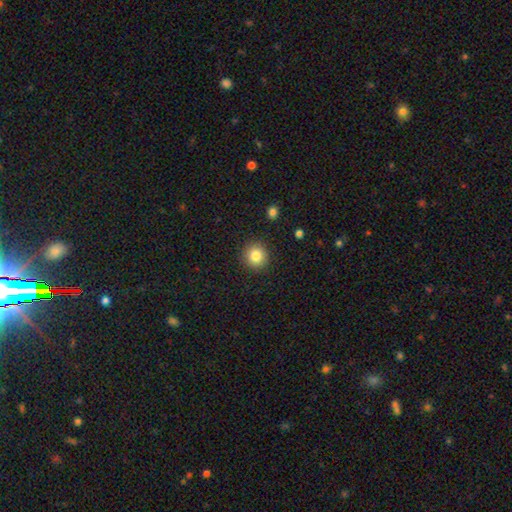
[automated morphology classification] A smooth galaxy with no disk features (83%) that is round (91%).

Vote fractions:
- Smooth or featured? smooth: 83% / star or artifact: 10% / featured or disk: 7%
- How rounded? round: 91% / in between: 8% / cigar-shaped: 1%
- Merging? none: 90% / minor disturbance: 6% / major disturbance: 2% / merger: 1%